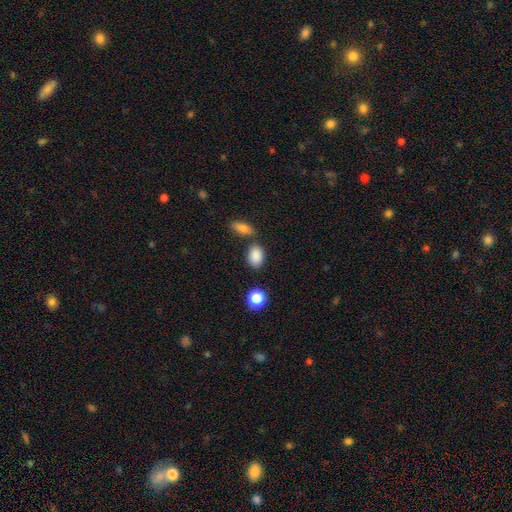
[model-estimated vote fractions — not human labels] A smooth galaxy with no disk features (87%) that is in between round and cigar-shaped (81%).

Vote fractions:
- Smooth or featured? smooth: 87% / star or artifact: 8% / featured or disk: 4%
- How rounded? in between: 81% / round: 18% / cigar-shaped: 2%
- Merging? none: 75% / minor disturbance: 12% / merger: 10% / major disturbance: 3%